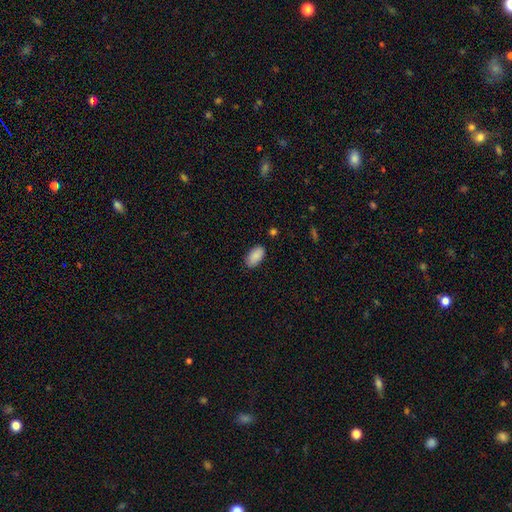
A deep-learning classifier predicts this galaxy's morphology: type=smooth (89%); roundness=in between (93%); merging=none (84%).